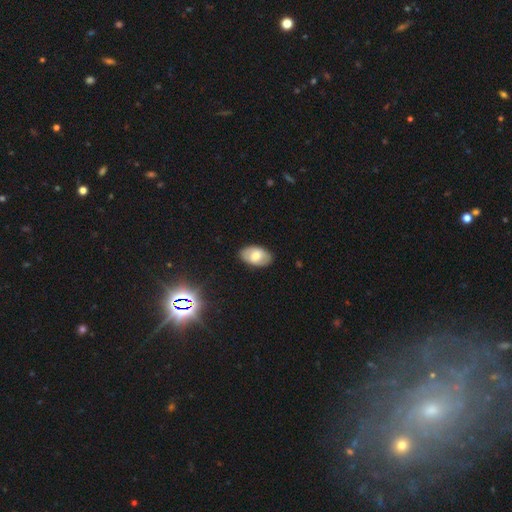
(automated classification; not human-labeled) This is likely a smooth galaxy (63%). How rounded: clearly in between (93%). Merging: clearly none (86%).